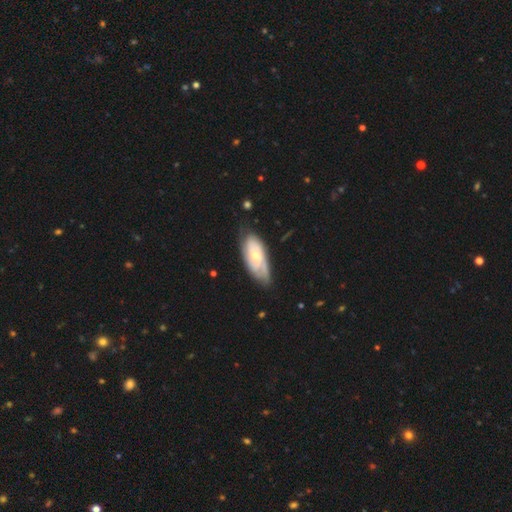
Smooth or featured? 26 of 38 (68%) said featured or disk. Edge-on disk? 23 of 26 (88%) said no. Bar? 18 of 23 (78%) said no. Spiral arms? 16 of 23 (70%) said yes. Spiral winding? 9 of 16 (56%) said tight. Spiral arm count? 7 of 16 (44%) said can't tell. Bulge size? 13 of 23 (57%) said moderate. Merging? 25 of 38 (66%) said none.